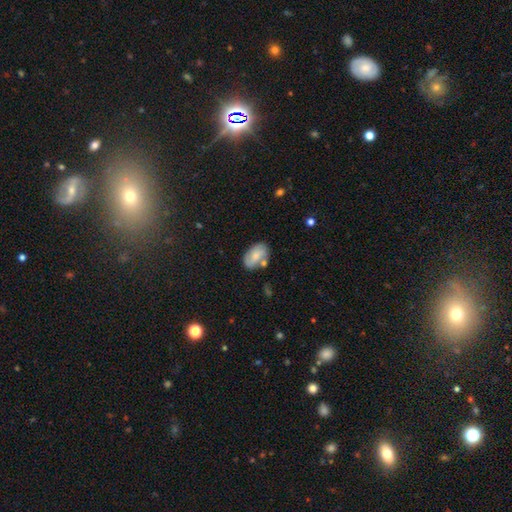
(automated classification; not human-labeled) Smooth or featured? Predicted: smooth (p=0.64). How rounded? Predicted: in between (p=0.89). Merging? Predicted: none (p=0.64).